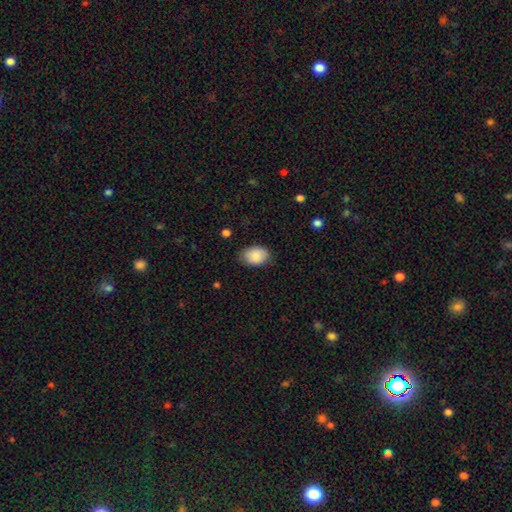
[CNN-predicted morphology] Smooth or featured? smooth (89%)
How rounded? in between (82%)
Merging? none (81%)